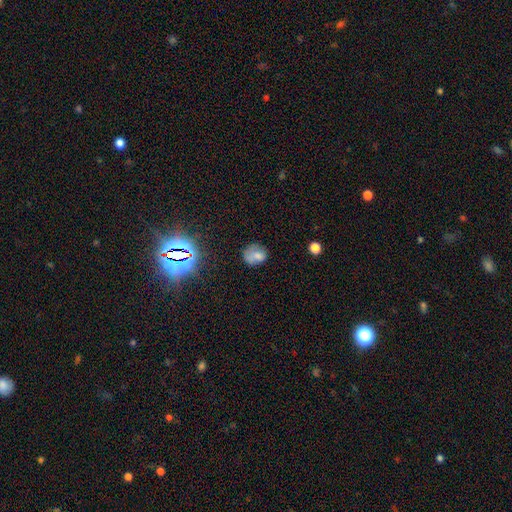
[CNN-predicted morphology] This appears to be a smooth galaxy with no disk features (67%) that is round (59%). Merging: none (50%).